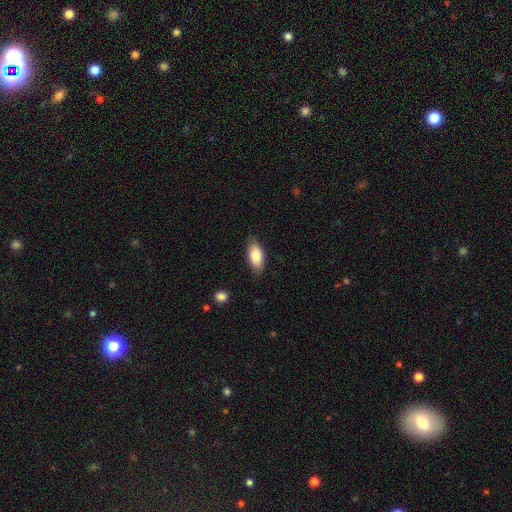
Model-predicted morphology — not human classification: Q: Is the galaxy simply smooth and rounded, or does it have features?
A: smooth — 81%.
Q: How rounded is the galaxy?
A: in between — 90%.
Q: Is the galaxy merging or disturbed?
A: none — 83%.